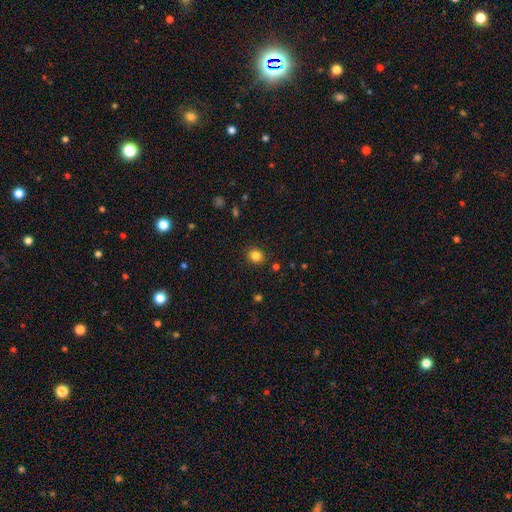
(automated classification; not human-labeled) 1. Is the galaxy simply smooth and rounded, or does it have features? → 83% smooth, 12% star or artifact, 5% featured or disk.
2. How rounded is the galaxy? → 68% round, 31% in between, 1% cigar-shaped.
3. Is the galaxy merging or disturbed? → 88% none, 8% minor disturbance, 2% major disturbance, 2% merger.